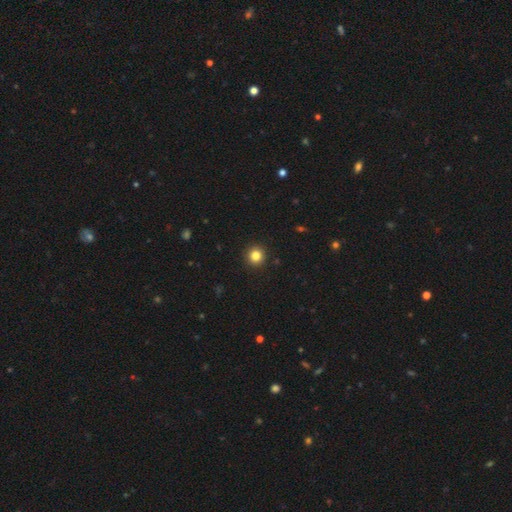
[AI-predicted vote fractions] This is clearly a smooth galaxy (83%). How rounded: clearly round (95%). Merging: clearly none (93%).